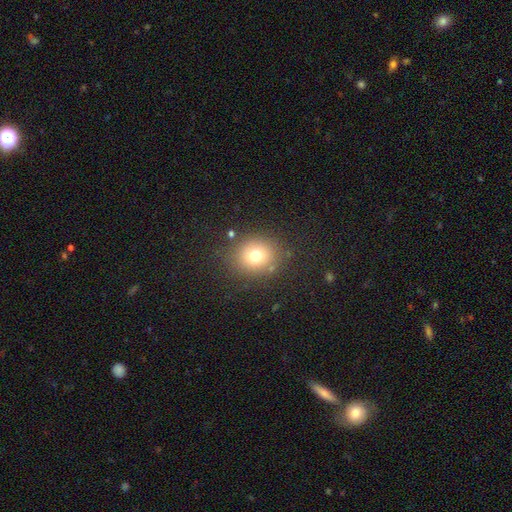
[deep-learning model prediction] Smooth or featured? smooth (74%)
How rounded? round (77%)
Merging? none (83%)